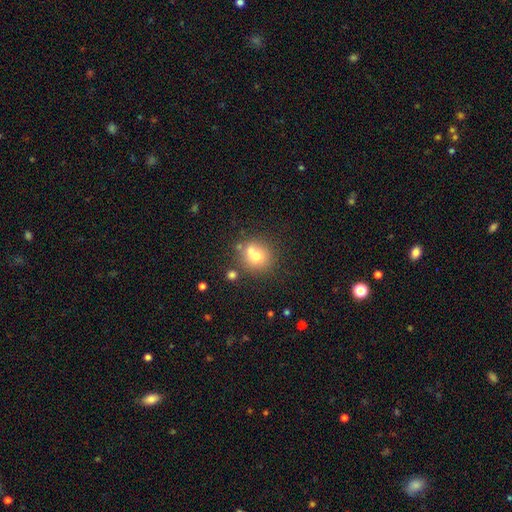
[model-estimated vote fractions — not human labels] Smooth or featured? smooth (67%)
How rounded? round (84%)
Merging? none (51%)